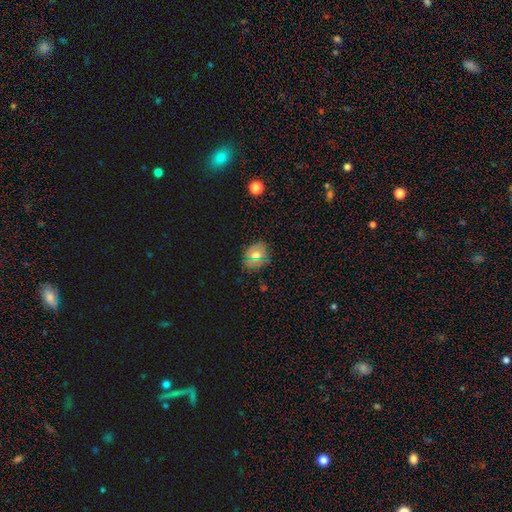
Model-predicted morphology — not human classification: Smooth or featured? smooth (64%)
How rounded? round (60%)
Merging? none (86%)